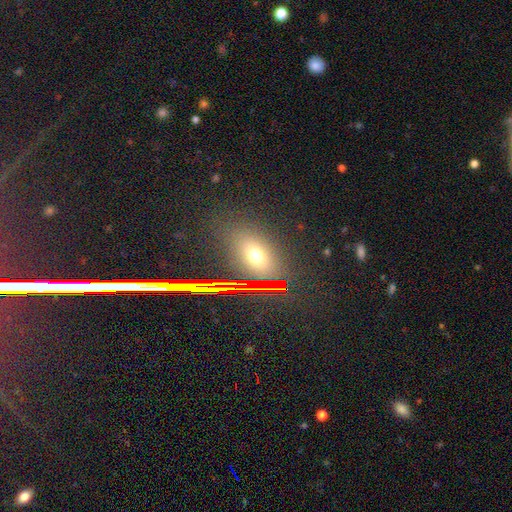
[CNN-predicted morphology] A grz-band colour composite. It shows a smooth galaxy with no disk features (61%) that is in between round and cigar-shaped (72%). Merging: none (80%).